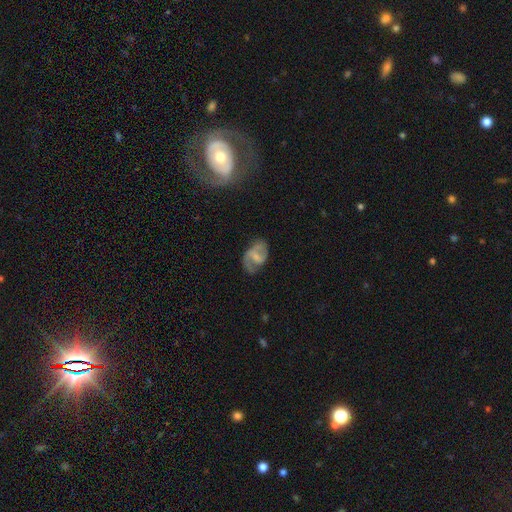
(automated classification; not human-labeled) This appears to be a featured or disk galaxy (67%) with a weak bar (51%), 2 (78%) medium (47%) spiral arms (83%) and a small central bulge (45%). Merging: none (59%).